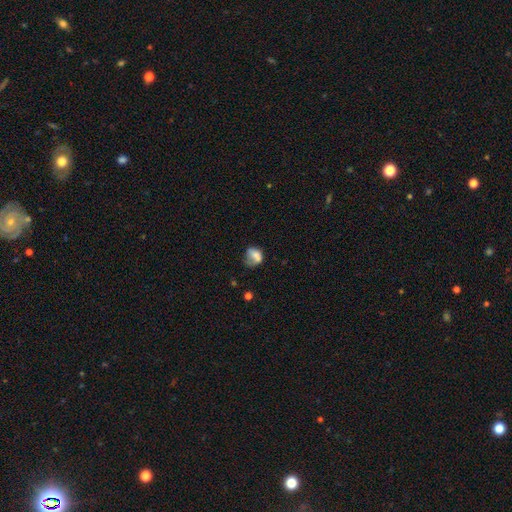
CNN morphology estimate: Smooth or featured: smooth — 68% (featured or disk — 22%)
How rounded: in between — 52% (round — 47%)
Merging: none — 32% (minor disturbance — 31%)